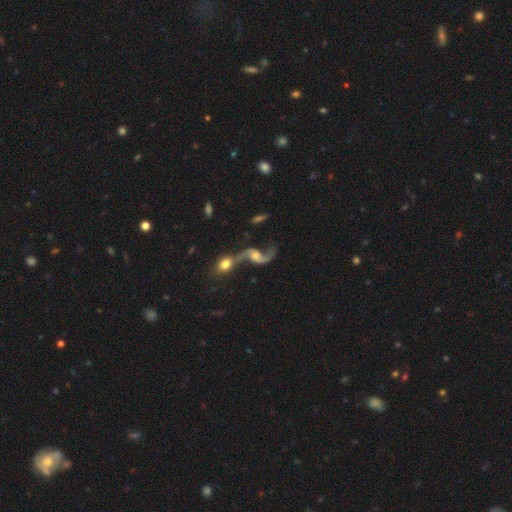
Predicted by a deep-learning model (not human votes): featured or disk 84%, smooth 9%, star or artifact 7%. Down the decision tree: edge-on disk — no (96%); bar — no (55%); spiral arms — yes (94%); spiral arm count — 2 (90%); spiral winding — loose (85%); bulge size — moderate (43%); merging — merger (46%).